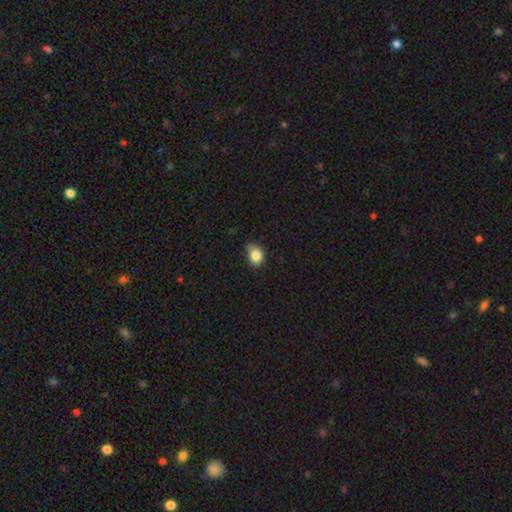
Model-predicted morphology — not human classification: Smooth or featured: smooth — 84% (star or artifact — 10%)
How rounded: in between — 54% (round — 45%)
Merging: none — 52% (minor disturbance — 39%)